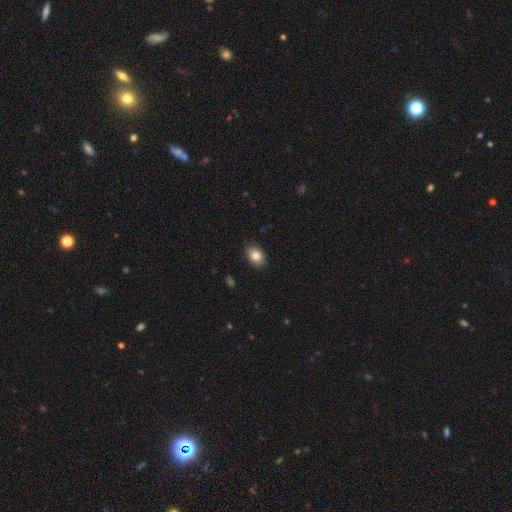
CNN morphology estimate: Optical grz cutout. It shows a smooth galaxy with no disk features (83%) that is in between round and cigar-shaped (74%). Merging: none (89%).